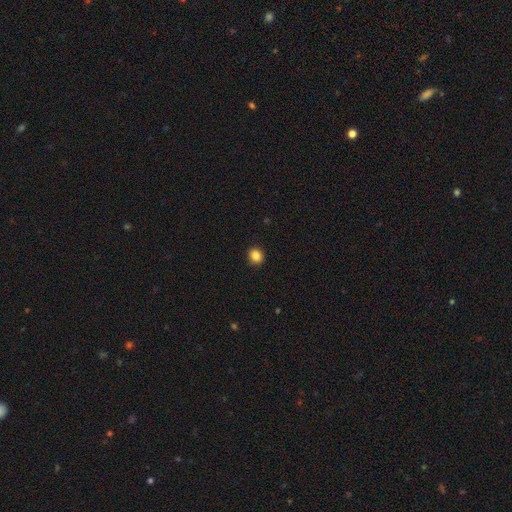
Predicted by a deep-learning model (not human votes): A smooth galaxy with no disk features (86%) that is round (78%).

Vote fractions:
- Smooth or featured? smooth: 86% / star or artifact: 10% / featured or disk: 4%
- How rounded? round: 78% / in between: 21% / cigar-shaped: 1%
- Merging? none: 91% / minor disturbance: 6% / major disturbance: 2% / merger: 1%